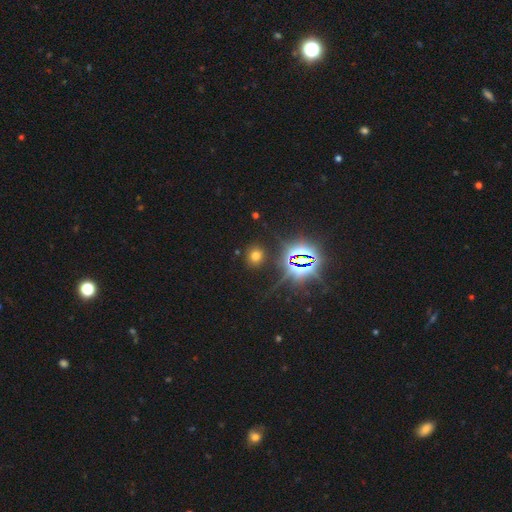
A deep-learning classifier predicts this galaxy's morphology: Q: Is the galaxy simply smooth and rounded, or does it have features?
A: smooth — 58%.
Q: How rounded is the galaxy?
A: round — 71%.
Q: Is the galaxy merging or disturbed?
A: none — 86%.